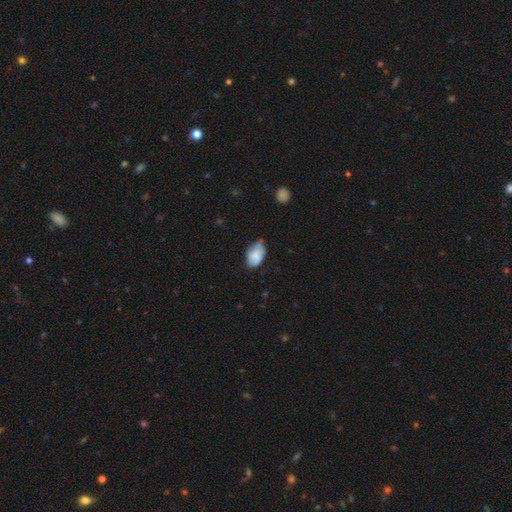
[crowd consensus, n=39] Overall: smooth (79%). How rounded: in between (94%). Merging: none (64%; minor disturbance 33%).